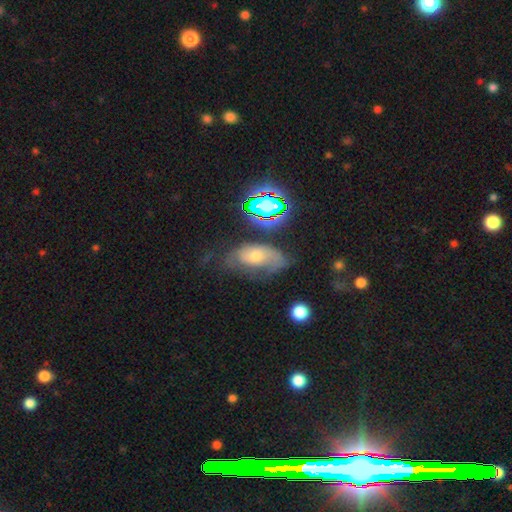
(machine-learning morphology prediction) This appears to be a featured or disk galaxy (43%). Merging: none (36%).